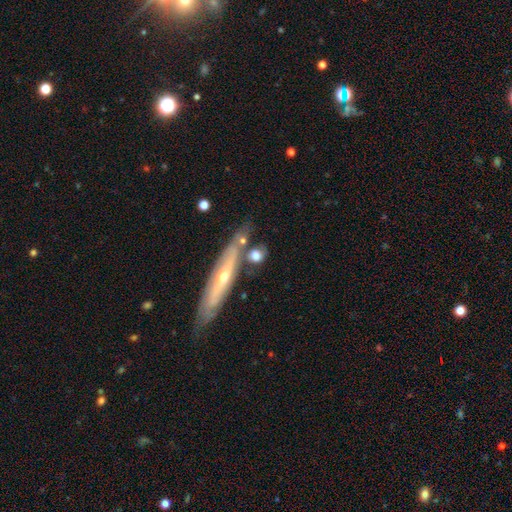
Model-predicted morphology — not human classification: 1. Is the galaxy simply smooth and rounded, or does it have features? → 64% smooth, 28% featured or disk, 8% star or artifact.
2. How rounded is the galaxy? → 53% round, 24% cigar-shaped, 22% in between.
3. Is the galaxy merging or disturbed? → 61% none, 19% merger, 14% minor disturbance, 6% major disturbance.